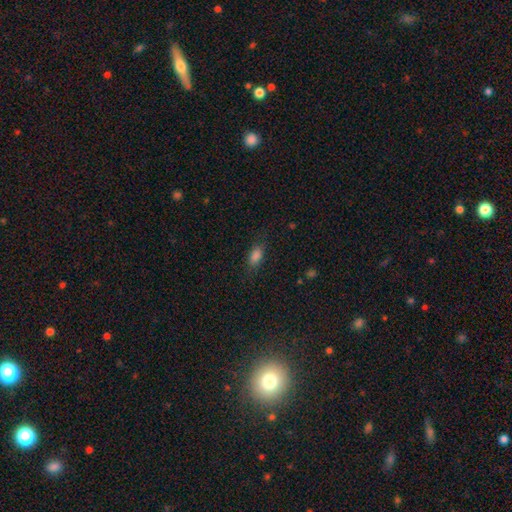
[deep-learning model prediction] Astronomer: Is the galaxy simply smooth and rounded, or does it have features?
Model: smooth — 84%.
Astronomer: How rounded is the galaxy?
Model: in between — 86%.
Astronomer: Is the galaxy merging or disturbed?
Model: none — 81%.